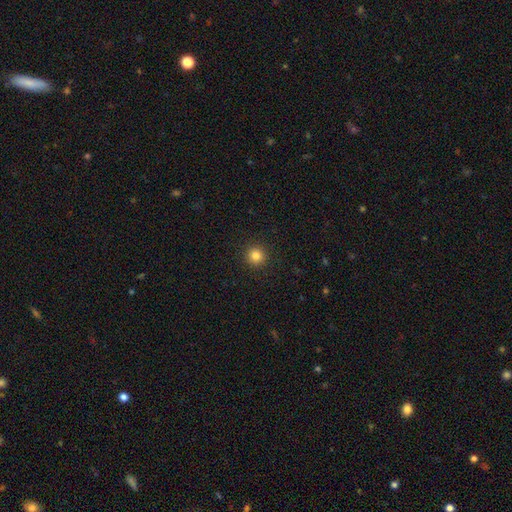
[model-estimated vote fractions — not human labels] A smooth galaxy with no disk features (83%) that is round (95%). Merging: none (93%).